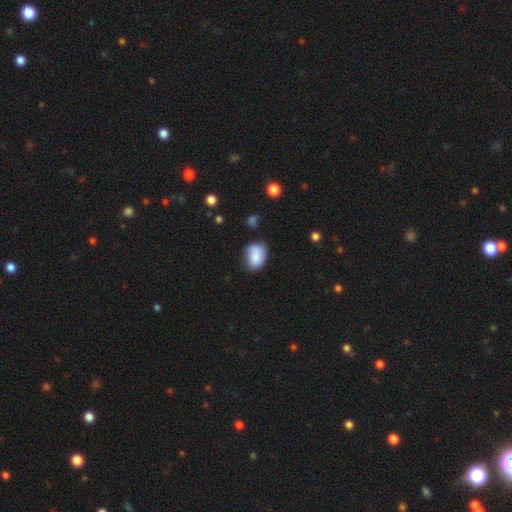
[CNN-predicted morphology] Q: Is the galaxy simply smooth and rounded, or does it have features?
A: smooth — 83%.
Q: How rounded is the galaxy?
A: in between — 68%.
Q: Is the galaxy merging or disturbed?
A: none — 59%.